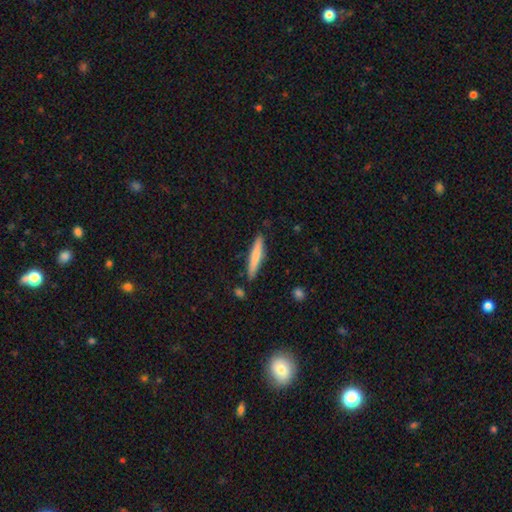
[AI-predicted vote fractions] A smooth galaxy with no disk features (72%) that is cigar-shaped (92%). Merging: none (86%).